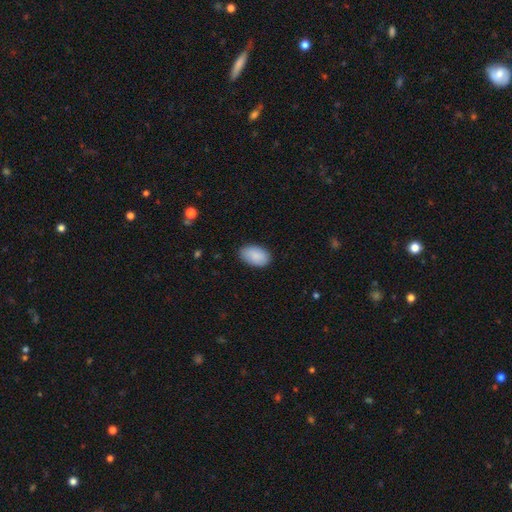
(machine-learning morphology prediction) Smooth or featured? Predicted: smooth (p=0.89). How rounded? Predicted: in between (p=0.94). Merging? Predicted: none (p=0.85).